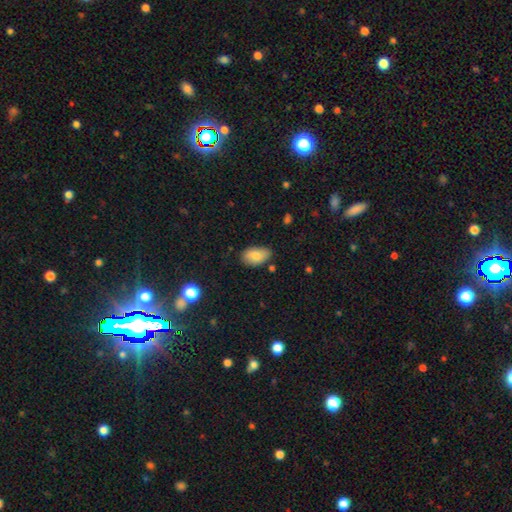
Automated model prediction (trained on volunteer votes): The model was most divided on "merging": none: 75%, minor disturbance: 19%, major disturbance: 3%, merger: 2%. More confident: how rounded — in between (92%); smooth or featured — smooth (82%).